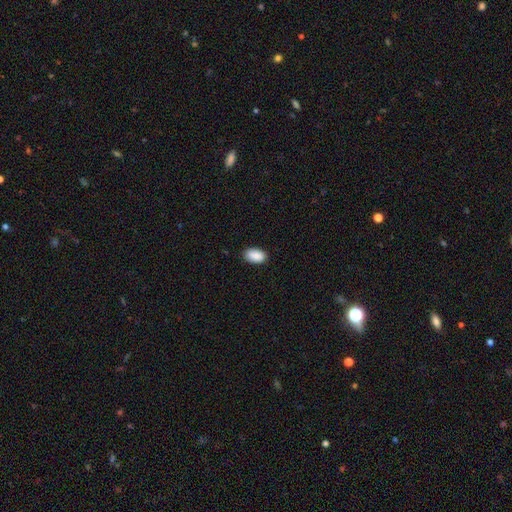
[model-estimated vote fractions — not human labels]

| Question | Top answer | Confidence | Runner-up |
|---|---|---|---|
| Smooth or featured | smooth | 90% | star or artifact (7%) |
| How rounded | in between | 92% | round (6%) |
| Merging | none | 85% | minor disturbance (12%) |